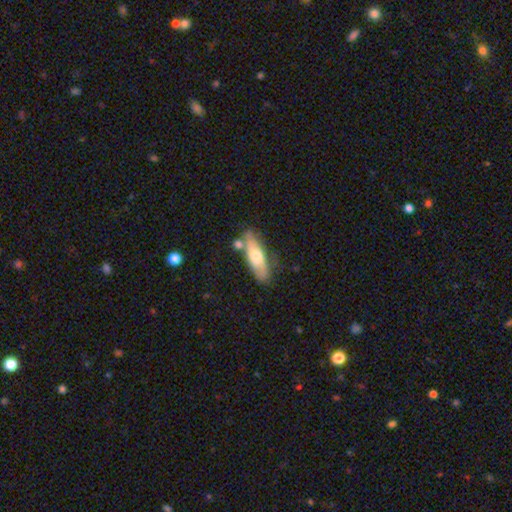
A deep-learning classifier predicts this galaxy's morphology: Smooth or featured: smooth — 54% (featured or disk — 40%)
How rounded: in between — 58% (cigar-shaped — 40%)
Merging: none — 64% (minor disturbance — 20%)